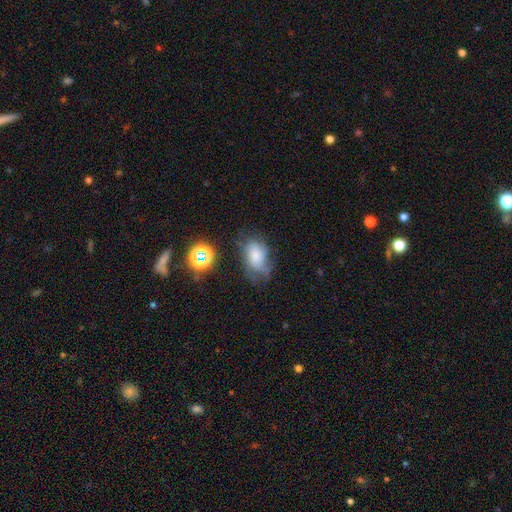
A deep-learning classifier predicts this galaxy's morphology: The model was most divided on "merging": none: 35%, minor disturbance: 33%, major disturbance: 28%, merger: 5%. More confident: how rounded — in between (85%); smooth or featured — smooth (58%).